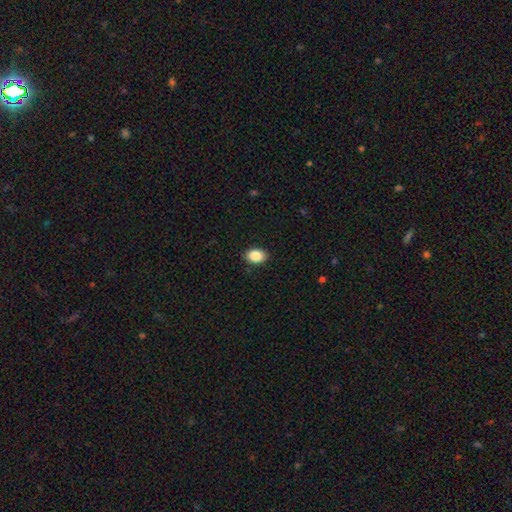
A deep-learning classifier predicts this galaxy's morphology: Smooth or featured: smooth — 89% (star or artifact — 8%)
How rounded: in between — 81% (round — 18%)
Merging: none — 89% (minor disturbance — 8%)